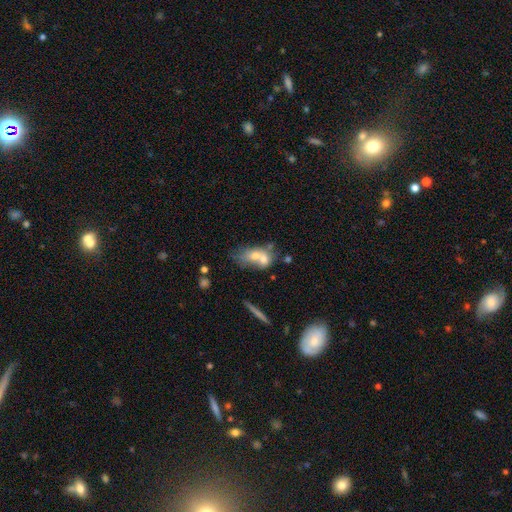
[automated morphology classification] smooth 58%, featured or disk 31%, star or artifact 10%. Down the decision tree: how rounded — in between (72%); merging — merger (64%).